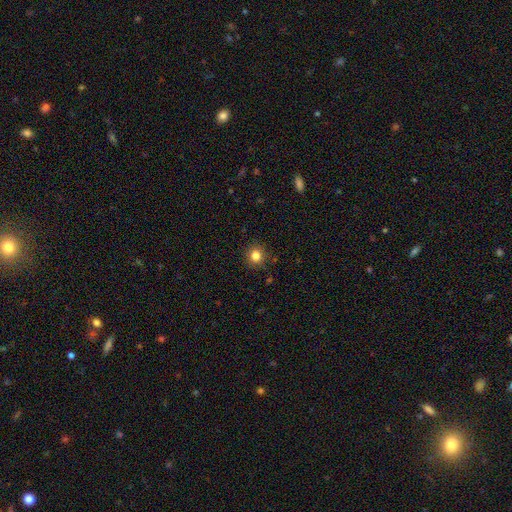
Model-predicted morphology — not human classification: This appears to be a smooth galaxy with no disk features (82%) that is round (90%). Merging: none (90%).